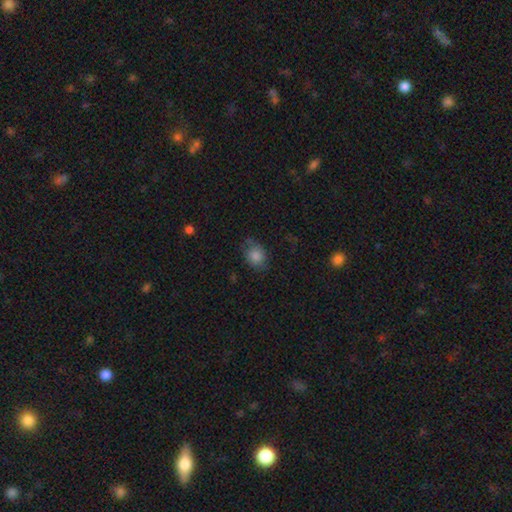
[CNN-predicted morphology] Q: Smooth or featured?
A: smooth (80%); runner-up: star or artifact (10%)
Q: How rounded?
A: in between (54%); runner-up: round (45%)
Q: Merging?
A: none (66%); runner-up: minor disturbance (24%)